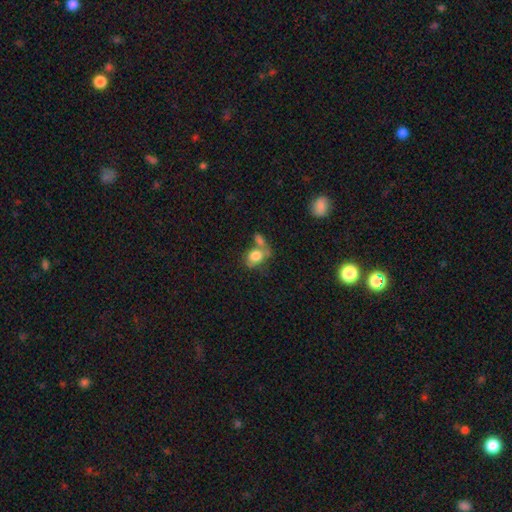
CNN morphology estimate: smooth_or_featured: smooth (p=0.78) [alt: featured or disk p=0.14]
how_rounded: in between (p=0.67) [alt: round p=0.31]
merging: merger (p=0.42) [alt: none p=0.33]